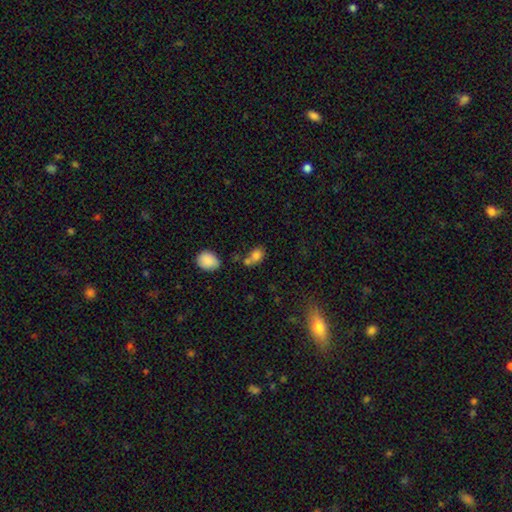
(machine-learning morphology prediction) smooth_or_featured: smooth (p=0.78) [alt: star or artifact p=0.11]
how_rounded: in between (p=0.70) [alt: round p=0.29]
merging: none (p=0.40) [alt: merger p=0.37]